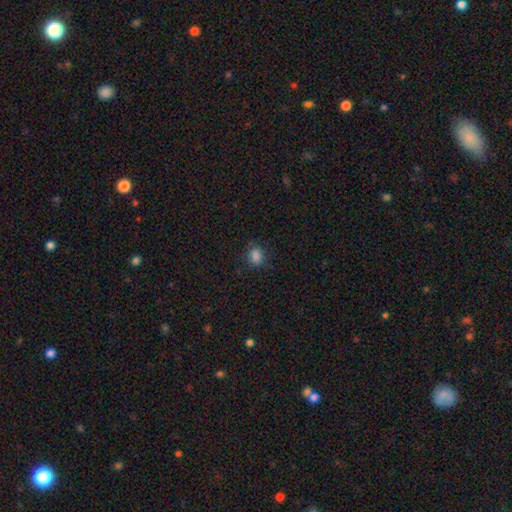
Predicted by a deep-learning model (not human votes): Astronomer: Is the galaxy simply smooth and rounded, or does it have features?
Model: smooth — 83%.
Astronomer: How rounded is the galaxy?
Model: in between — 58% (runner-up: round, 40%).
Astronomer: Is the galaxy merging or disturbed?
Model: none — 80%.